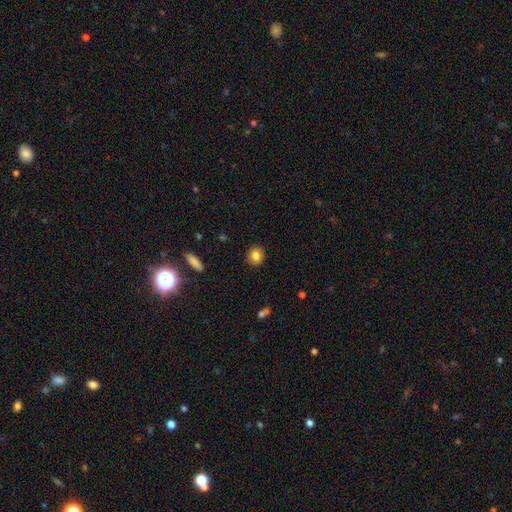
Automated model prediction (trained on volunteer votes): This is clearly a smooth galaxy (83%). How rounded: clearly round (82%). Merging: clearly none (91%).